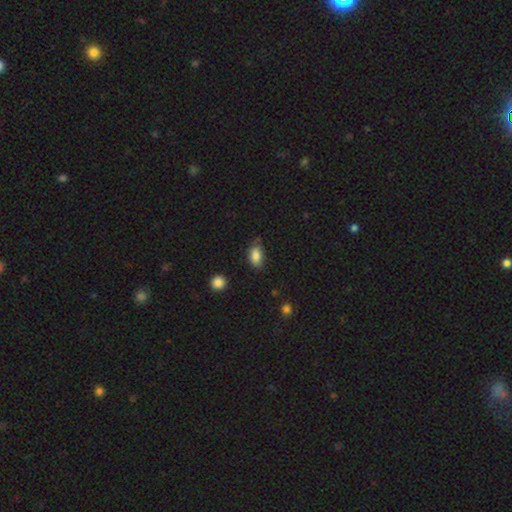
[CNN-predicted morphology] Overall: smooth (84%). How rounded: in between (89%). Merging: none (67%).